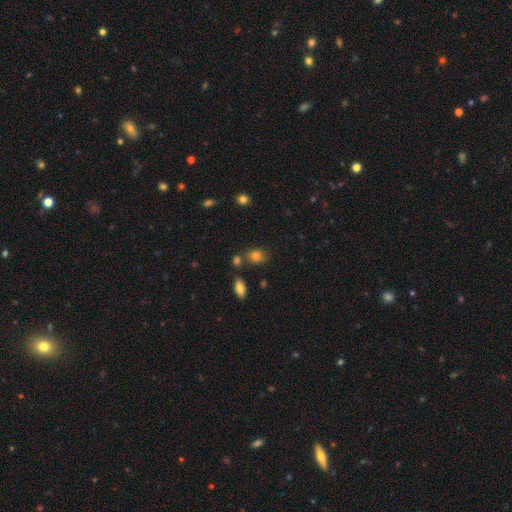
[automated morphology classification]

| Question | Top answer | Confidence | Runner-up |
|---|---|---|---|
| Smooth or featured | smooth | 79% | star or artifact (13%) |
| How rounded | in between | 55% | round (43%) |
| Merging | none | 65% | minor disturbance (15%) |